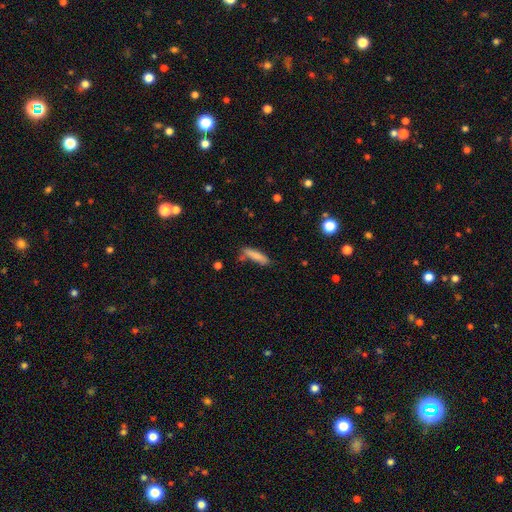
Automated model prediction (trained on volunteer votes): Smooth or featured: smooth — 81% (featured or disk — 11%)
How rounded: cigar-shaped — 74% (in between — 25%)
Merging: none — 64% (minor disturbance — 22%)